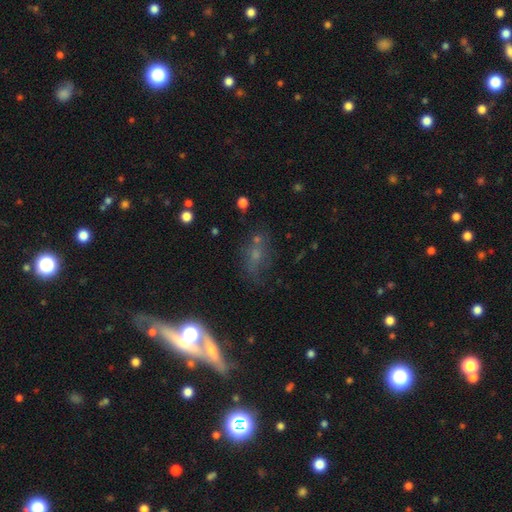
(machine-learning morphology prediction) type=smooth (39%); merging=none (50%).